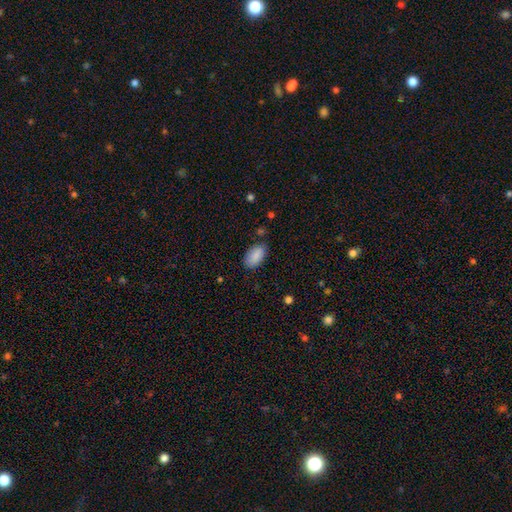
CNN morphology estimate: The model was most divided on "merging": none: 80%, minor disturbance: 15%, major disturbance: 3%, merger: 2%. More confident: how rounded — in between (94%); smooth or featured — smooth (88%).